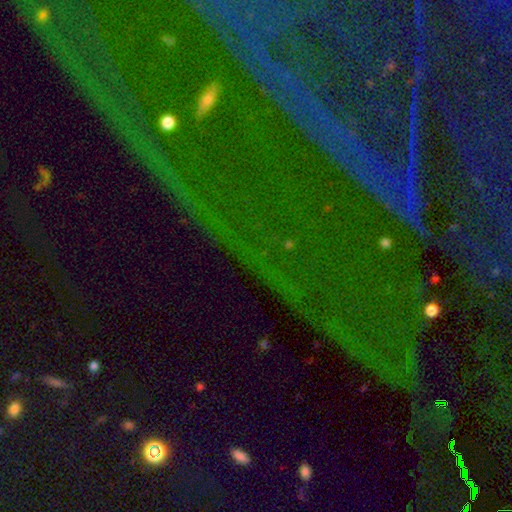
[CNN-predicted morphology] Q: Smooth or featured?
A: star or artifact (64%); runner-up: featured or disk (22%)